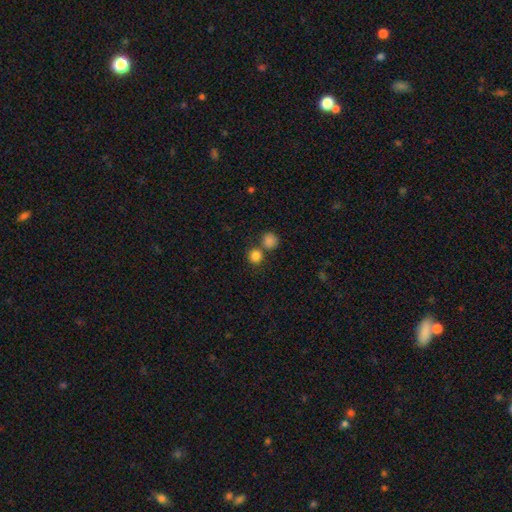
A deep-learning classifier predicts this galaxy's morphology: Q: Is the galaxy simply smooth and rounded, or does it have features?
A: smooth — 84%.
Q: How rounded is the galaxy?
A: round — 89%.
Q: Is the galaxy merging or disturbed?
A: none — 61%.